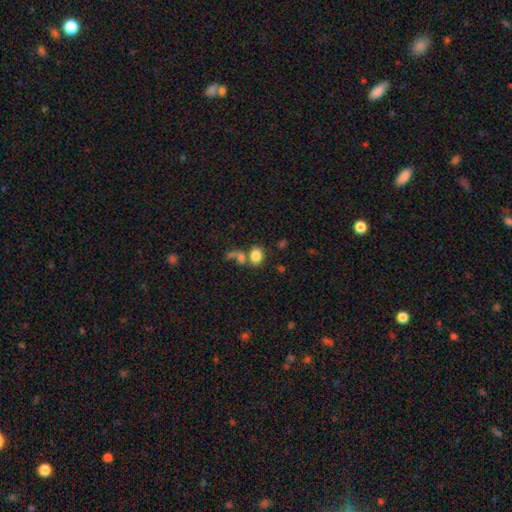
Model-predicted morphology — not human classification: Smooth or featured: smooth — 82% (star or artifact — 10%)
How rounded: in between — 66% (round — 32%)
Merging: none — 51% (merger — 30%)